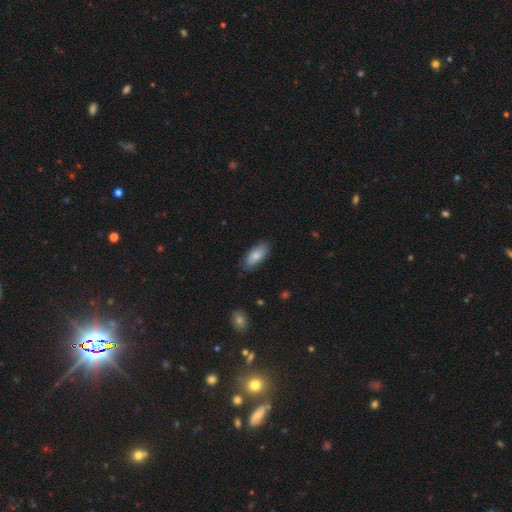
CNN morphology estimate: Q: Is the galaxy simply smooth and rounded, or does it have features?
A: smooth — 82%.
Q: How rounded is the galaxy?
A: in between — 86%.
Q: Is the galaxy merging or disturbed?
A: none — 82%.